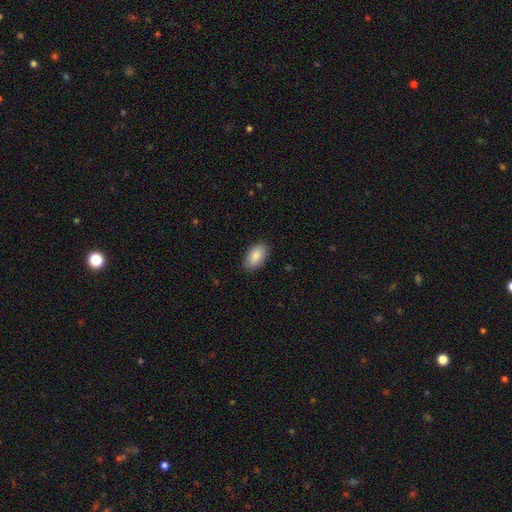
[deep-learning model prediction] smooth-or-featured: smooth: 87% | featured or disk: 7% | star or artifact: 6%
  how-rounded: in between: 94% | round: 4% | cigar-shaped: 2%
  merging: none: 87% | minor disturbance: 10% | major disturbance: 2% | merger: 1%